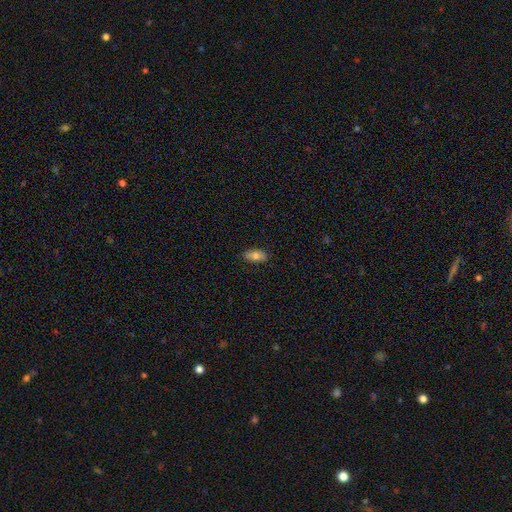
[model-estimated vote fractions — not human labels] Q: Smooth or featured?
A: smooth (79%); runner-up: featured or disk (14%)
Q: How rounded?
A: in between (91%); runner-up: cigar-shaped (5%)
Q: Merging?
A: none (87%); runner-up: minor disturbance (10%)